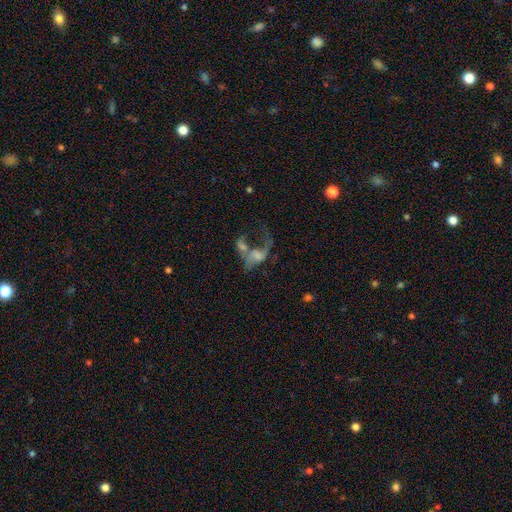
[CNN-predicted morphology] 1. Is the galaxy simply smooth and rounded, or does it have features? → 57% featured or disk, 28% smooth, 15% star or artifact.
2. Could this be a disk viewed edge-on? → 94% no, 6% yes.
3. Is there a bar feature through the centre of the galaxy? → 73% no, 21% weak, 6% strong.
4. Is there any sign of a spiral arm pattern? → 51% no, 49% yes.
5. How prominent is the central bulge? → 31% none, 29% moderate, 27% small, 10% large, 3% dominant.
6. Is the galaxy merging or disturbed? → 49% merger, 28% major disturbance, 15% none, 7% minor disturbance.